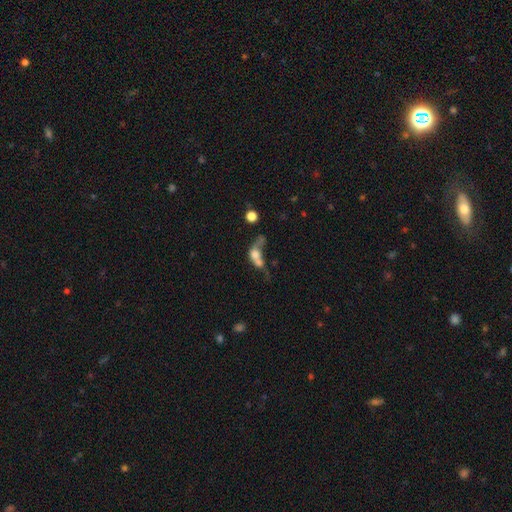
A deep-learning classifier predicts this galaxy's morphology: The model was most divided on "smooth or featured": smooth: 54%, featured or disk: 32%, star or artifact: 14%. More confident: merging — merger (58%); how rounded — in between (58%).